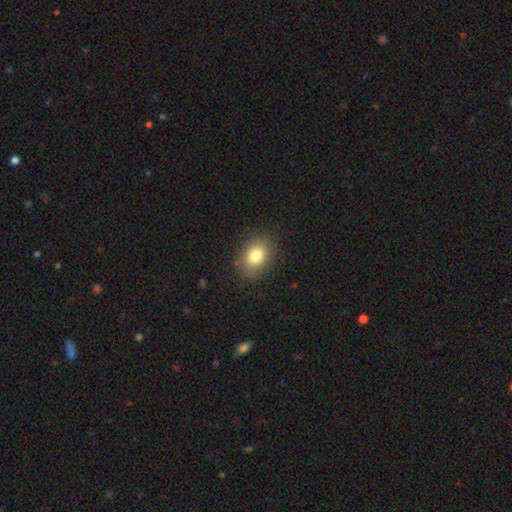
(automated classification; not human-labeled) A smooth galaxy with no disk features (81%) that is in between round and cigar-shaped (69%).

Vote fractions:
- Smooth or featured? smooth: 81% / star or artifact: 10% / featured or disk: 9%
- How rounded? in between: 69% / round: 30% / cigar-shaped: 1%
- Merging? none: 86% / minor disturbance: 10% / major disturbance: 3% / merger: 1%